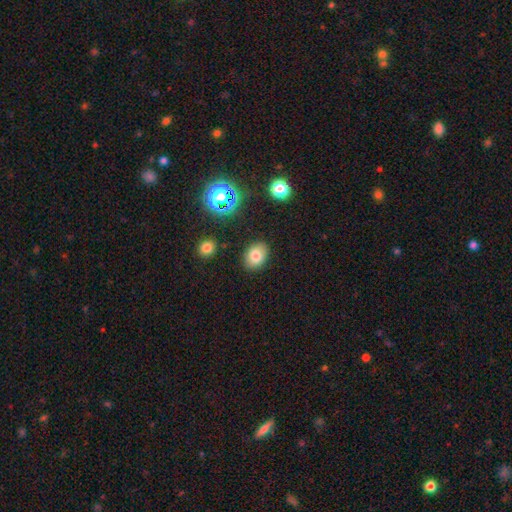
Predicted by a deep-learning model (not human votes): Smooth or featured? Predicted: smooth (p=0.78). How rounded? Predicted: in between (p=0.72). Merging? Predicted: none (p=0.86).